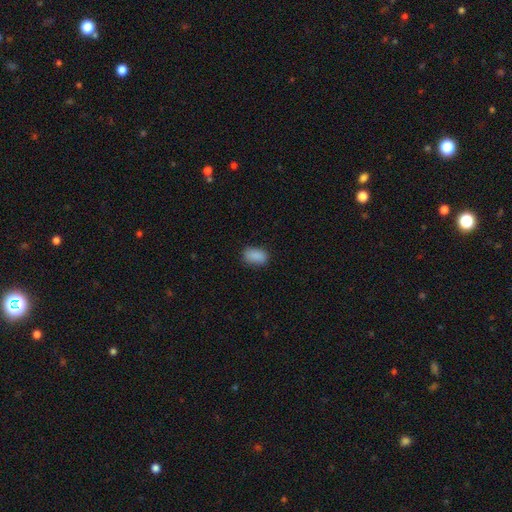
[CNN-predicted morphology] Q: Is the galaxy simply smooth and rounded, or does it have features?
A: smooth — 88%.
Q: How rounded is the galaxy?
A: in between — 89%.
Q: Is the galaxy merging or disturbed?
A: none — 80%.